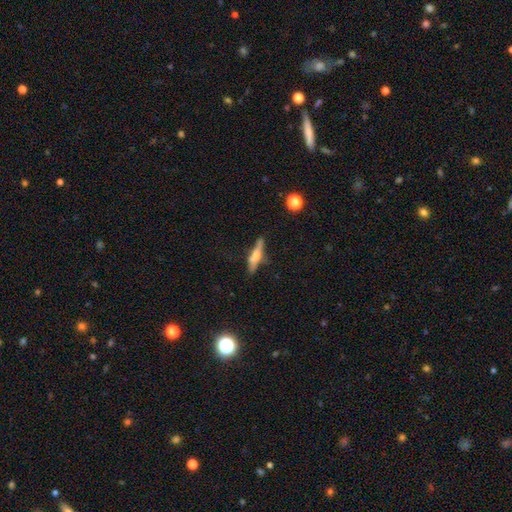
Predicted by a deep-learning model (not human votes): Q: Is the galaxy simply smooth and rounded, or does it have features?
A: featured or disk — 58%.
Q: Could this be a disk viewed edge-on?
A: yes — 94%.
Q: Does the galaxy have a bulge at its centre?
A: rounded — 88%.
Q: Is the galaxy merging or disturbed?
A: none — 77%.